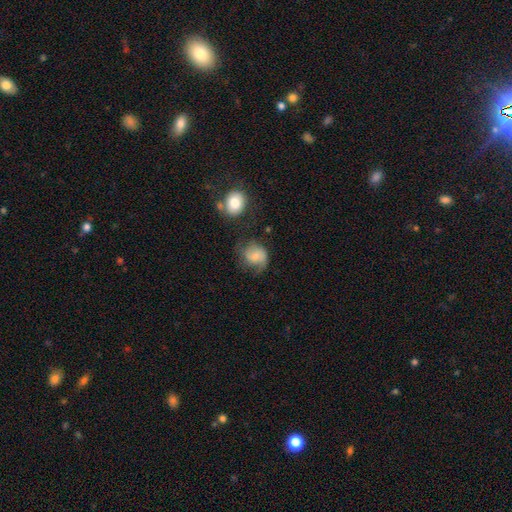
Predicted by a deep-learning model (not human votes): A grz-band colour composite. It shows a smooth galaxy with no disk features (52%) that is round (66%). Merging: none (48%).